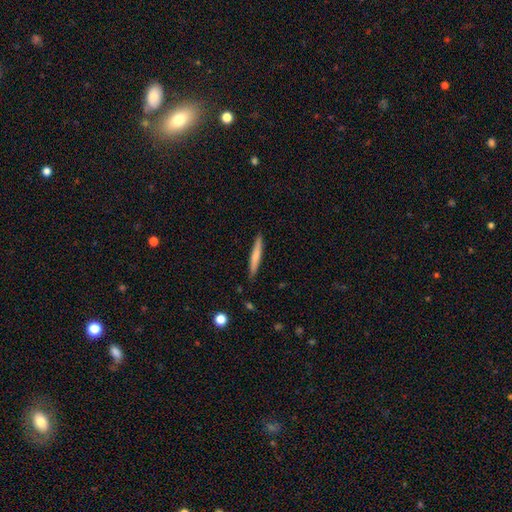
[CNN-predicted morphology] smooth_or_featured: smooth (p=0.67) [alt: featured or disk p=0.28]
how_rounded: cigar-shaped (p=0.95) [alt: in between p=0.03]
merging: none (p=0.89) [alt: minor disturbance p=0.08]